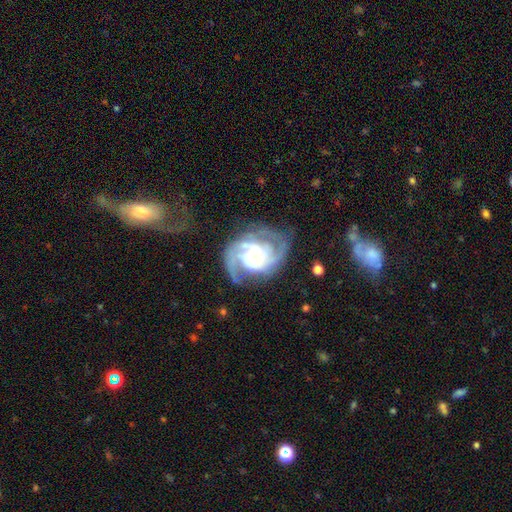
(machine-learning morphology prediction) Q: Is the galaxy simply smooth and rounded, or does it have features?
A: featured or disk — 89%.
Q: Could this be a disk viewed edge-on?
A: no — 98%.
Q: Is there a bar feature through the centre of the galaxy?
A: no — 47%.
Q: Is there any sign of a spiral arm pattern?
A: yes — 97%.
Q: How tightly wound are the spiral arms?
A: medium — 45%, tied with tight.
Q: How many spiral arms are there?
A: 2 — 52%.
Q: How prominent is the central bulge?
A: small — 56%.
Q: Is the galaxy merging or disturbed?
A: none — 67%.